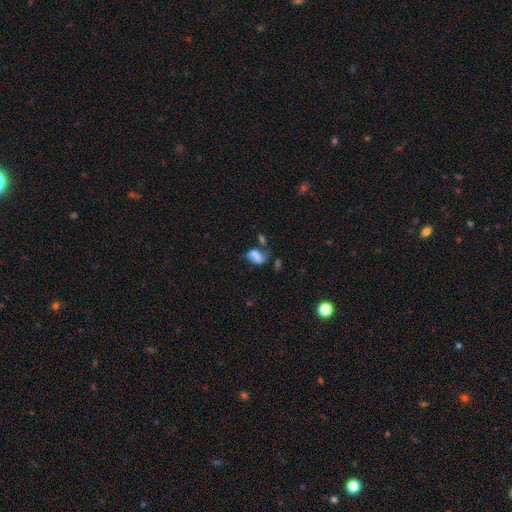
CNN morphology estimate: Smooth or featured? Predicted: smooth (p=0.55). How rounded? Predicted: in between (p=0.85). Merging? Predicted: none (p=0.28).